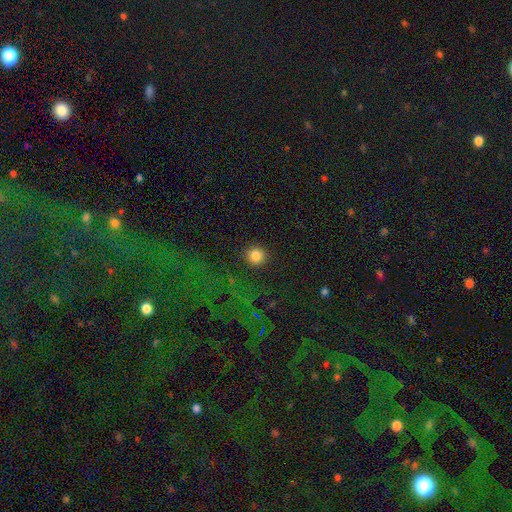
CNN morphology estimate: A smooth galaxy with no disk features (83%) that is round (93%). Merging: none (90%).